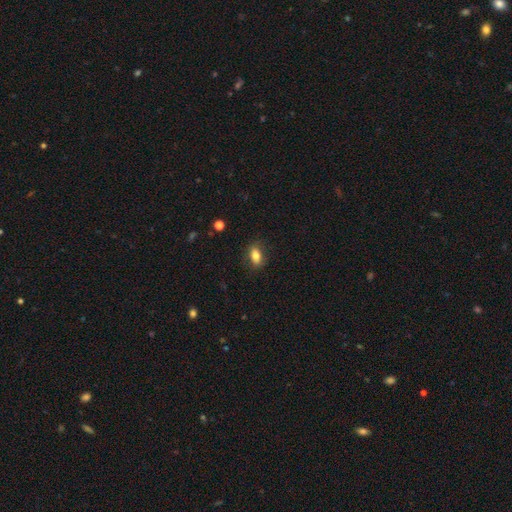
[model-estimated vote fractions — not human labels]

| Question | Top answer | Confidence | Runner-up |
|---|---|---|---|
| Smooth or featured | smooth | 79% | featured or disk (12%) |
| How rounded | in between | 82% | round (10%) |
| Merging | none | 83% | minor disturbance (12%) |